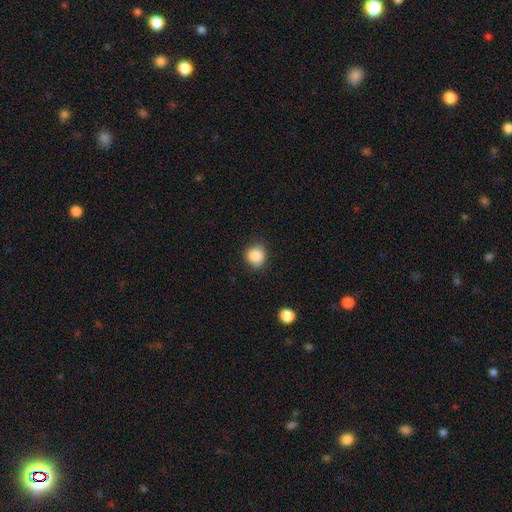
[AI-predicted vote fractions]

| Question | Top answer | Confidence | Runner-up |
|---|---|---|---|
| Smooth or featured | smooth | 87% | star or artifact (9%) |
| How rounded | round | 77% | in between (22%) |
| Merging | none | 77% | minor disturbance (18%) |